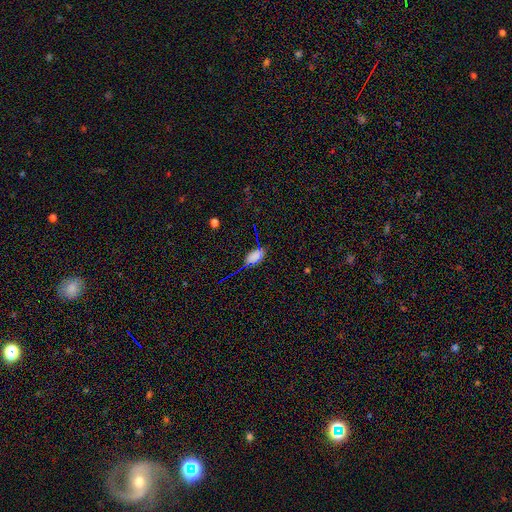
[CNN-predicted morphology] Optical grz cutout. It shows a smooth galaxy with no disk features (57%) that is in between round and cigar-shaped (90%). Merging: none (70%).